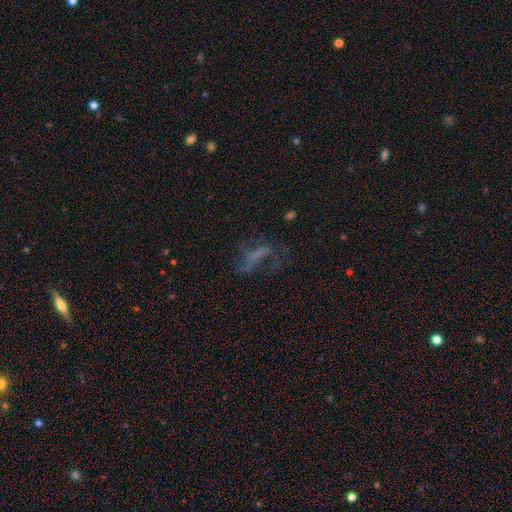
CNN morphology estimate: Overall: featured or disk (48%; smooth 27%). Merging: none (43%; major disturbance 37%).